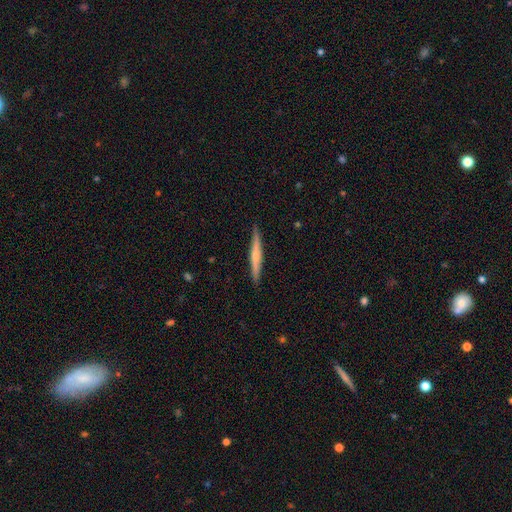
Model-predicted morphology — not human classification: The model was most divided on "smooth or featured": featured or disk: 50%, smooth: 45%, star or artifact: 6%. More confident: merging — none (90%).